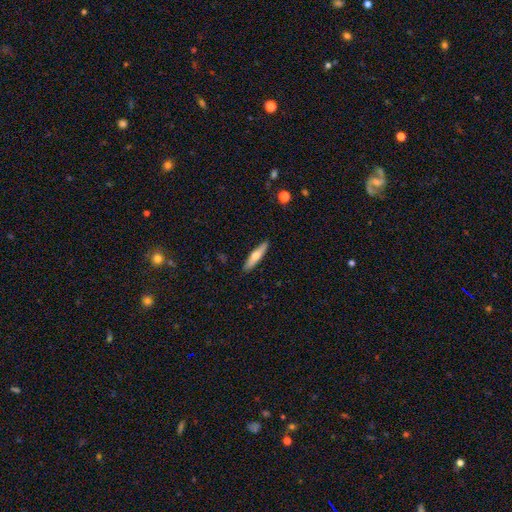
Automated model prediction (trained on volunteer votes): smooth-or-featured: smooth: 56% | featured or disk: 39% | star or artifact: 6%
  how-rounded: cigar-shaped: 80% | in between: 18% | round: 2%
  merging: none: 90% | minor disturbance: 8% | major disturbance: 2% | merger: 1%